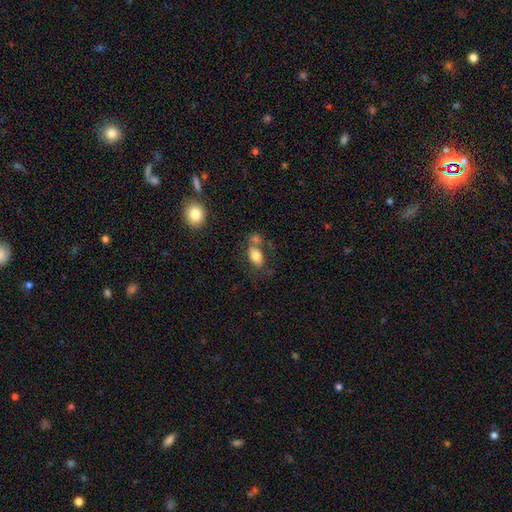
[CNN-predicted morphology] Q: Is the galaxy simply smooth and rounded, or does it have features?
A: smooth — 78%.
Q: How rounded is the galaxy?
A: in between — 88%.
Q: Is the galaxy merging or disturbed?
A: none — 45%.